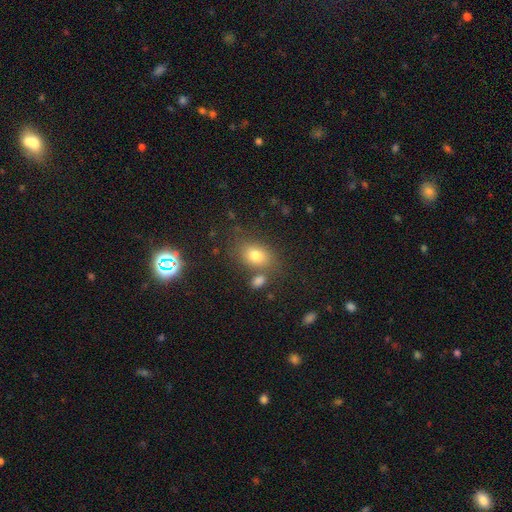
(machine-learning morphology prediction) Q: Smooth or featured?
A: smooth (76%); runner-up: star or artifact (12%)
Q: How rounded?
A: in between (74%); runner-up: round (24%)
Q: Merging?
A: none (68%); runner-up: merger (14%)